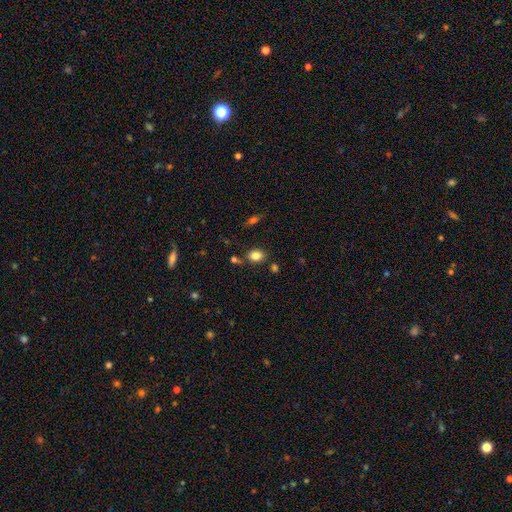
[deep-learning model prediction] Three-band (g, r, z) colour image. It shows a smooth galaxy with no disk features (83%) that is in between round and cigar-shaped (60%). Merging: none (78%).